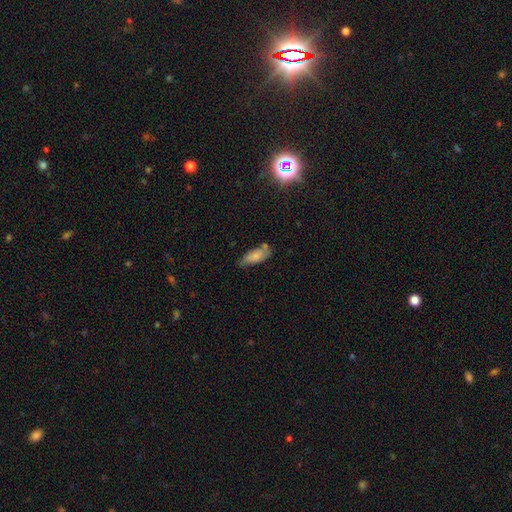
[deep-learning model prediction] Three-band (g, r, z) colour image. It shows a smooth galaxy with no disk features (75%) that is in between round and cigar-shaped (77%). Merging: none (57%).